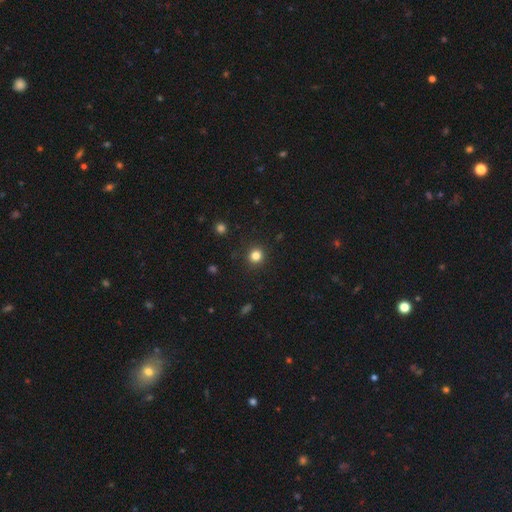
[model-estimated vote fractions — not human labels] A smooth galaxy with no disk features (82%) that is round (92%).

Vote fractions:
- Smooth or featured? smooth: 82% / star or artifact: 13% / featured or disk: 4%
- How rounded? round: 92% / in between: 7% / cigar-shaped: 1%
- Merging? none: 91% / minor disturbance: 6% / major disturbance: 2% / merger: 1%